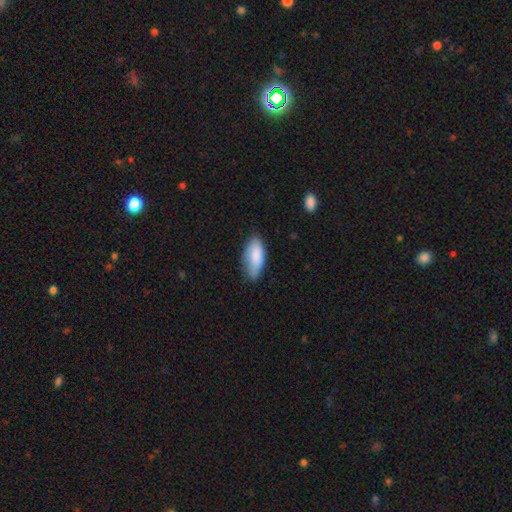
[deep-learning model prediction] Smooth or featured? smooth (84%)
How rounded? in between (87%)
Merging? none (59%)